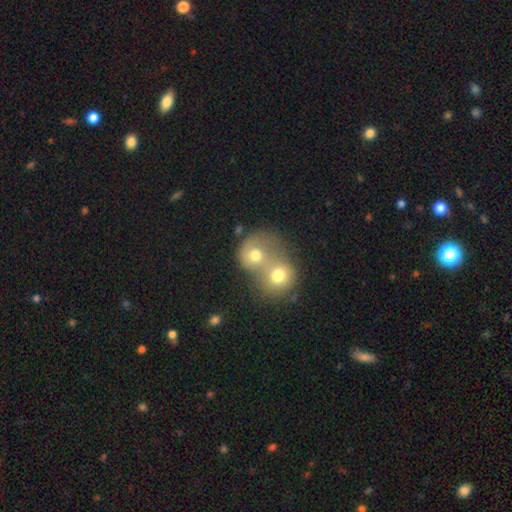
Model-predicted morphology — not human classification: smooth 64%, featured or disk 25%, star or artifact 11%. Down the decision tree: how rounded — round (71%); merging — merger (78%).